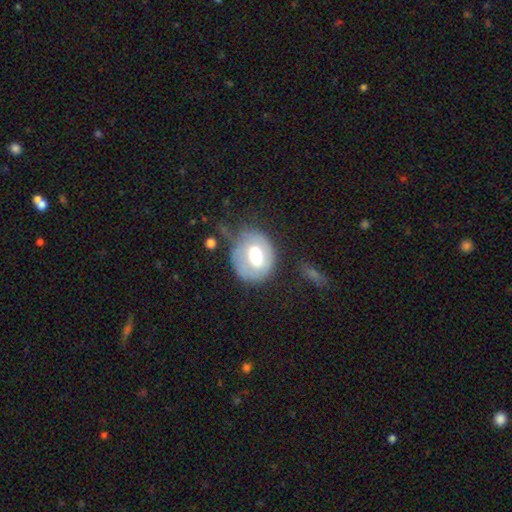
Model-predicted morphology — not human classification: Smooth or featured: smooth — 49% (featured or disk — 43%)
Merging: none — 48% (minor disturbance — 27%)